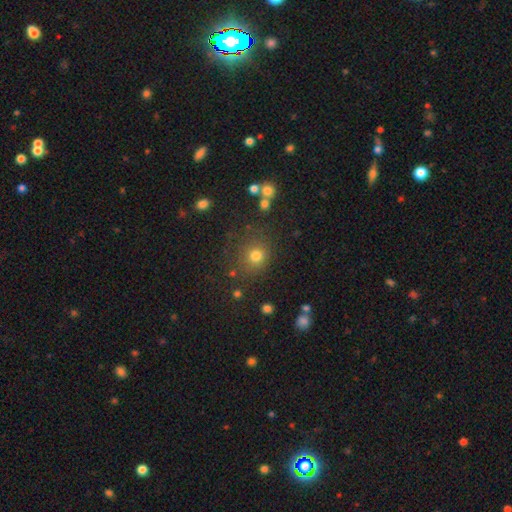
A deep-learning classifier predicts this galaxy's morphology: Q: Smooth or featured?
A: smooth (76%); runner-up: star or artifact (16%)
Q: How rounded?
A: round (86%); runner-up: in between (13%)
Q: Merging?
A: none (76%); runner-up: minor disturbance (12%)